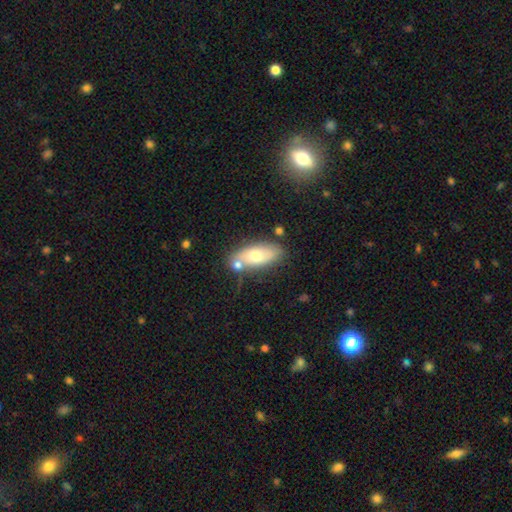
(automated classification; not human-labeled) smooth_or_featured: smooth (p=0.61) [alt: featured or disk p=0.32]
how_rounded: in between (p=0.83) [alt: cigar-shaped p=0.13]
merging: none (p=0.68) [alt: minor disturbance p=0.15]